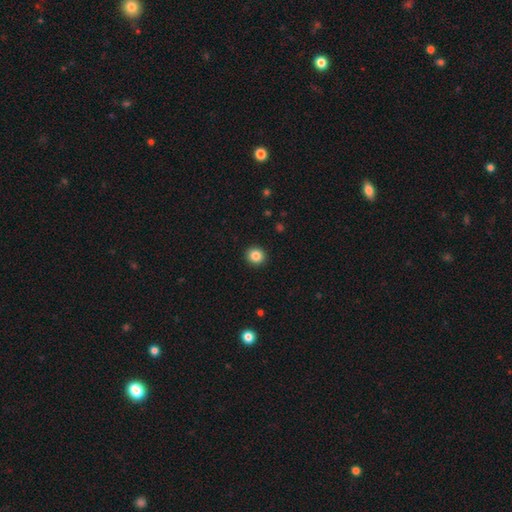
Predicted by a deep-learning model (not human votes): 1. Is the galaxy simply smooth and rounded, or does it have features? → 85% smooth, 10% star or artifact, 5% featured or disk.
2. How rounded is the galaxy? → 91% round, 8% in between, 1% cigar-shaped.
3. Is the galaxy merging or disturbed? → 93% none, 4% minor disturbance, 2% major disturbance, 1% merger.